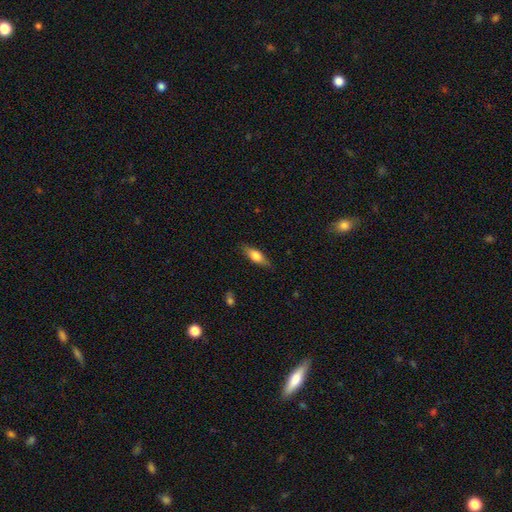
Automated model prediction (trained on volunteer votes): Smooth or featured? smooth (62%)
How rounded? in between (56%)
Merging? none (85%)